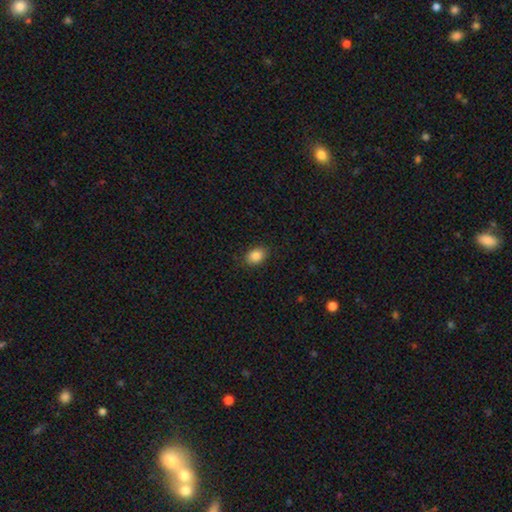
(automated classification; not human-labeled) This appears to be a smooth galaxy with no disk features (86%) that is in between round and cigar-shaped (73%). Merging: none (87%).